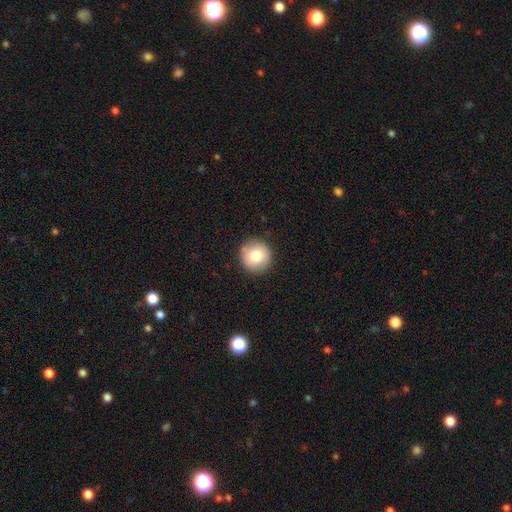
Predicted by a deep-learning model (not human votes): This is likely a smooth galaxy (78%). How rounded: clearly round (94%). Merging: clearly none (89%).